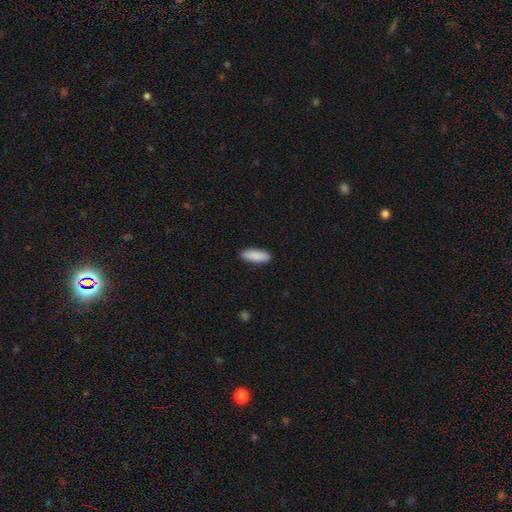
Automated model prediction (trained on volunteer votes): Morphology: type=smooth (90%); roundness=in between (66%); merging=none (91%).